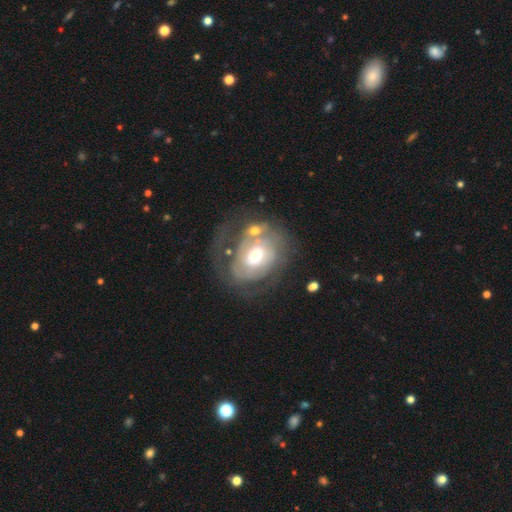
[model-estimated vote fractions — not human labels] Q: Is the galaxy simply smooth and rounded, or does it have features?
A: featured or disk — 76%.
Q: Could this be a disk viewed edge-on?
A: no — 97%.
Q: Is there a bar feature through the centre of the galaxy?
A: no — 57%.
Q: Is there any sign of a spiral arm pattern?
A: yes — 81%.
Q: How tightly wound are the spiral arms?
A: tight — 59%.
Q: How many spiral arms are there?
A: can't tell — 39%.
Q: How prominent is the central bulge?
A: moderate — 63%.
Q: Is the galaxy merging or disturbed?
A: none — 43%.